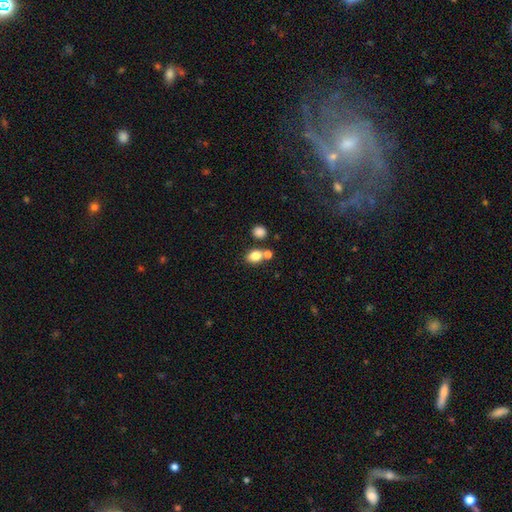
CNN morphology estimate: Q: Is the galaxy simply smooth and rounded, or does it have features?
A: smooth — 81%.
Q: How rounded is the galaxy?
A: in between — 58%.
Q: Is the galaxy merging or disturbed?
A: none — 58%.